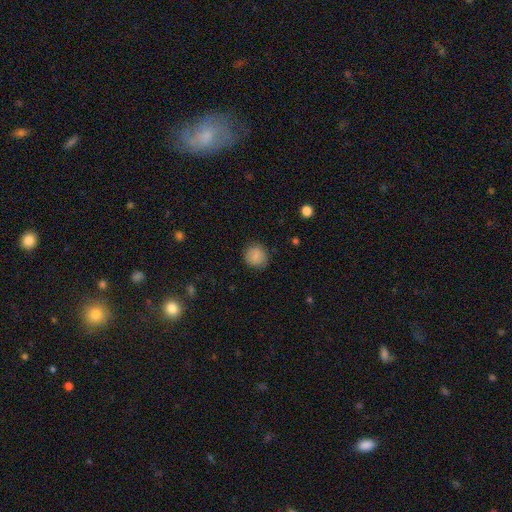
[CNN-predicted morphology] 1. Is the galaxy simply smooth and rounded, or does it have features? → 84% smooth, 8% star or artifact, 7% featured or disk.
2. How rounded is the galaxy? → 89% round, 10% in between, 1% cigar-shaped.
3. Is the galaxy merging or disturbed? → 85% none, 11% minor disturbance, 3% major disturbance, 1% merger.